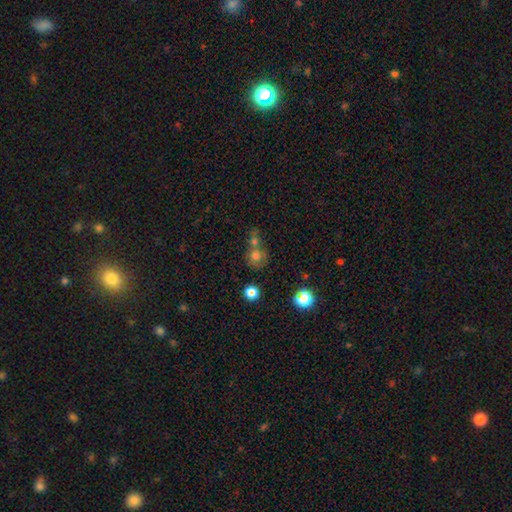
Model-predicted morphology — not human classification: type=smooth (69%); roundness=round (81%); merging=merger (47%).